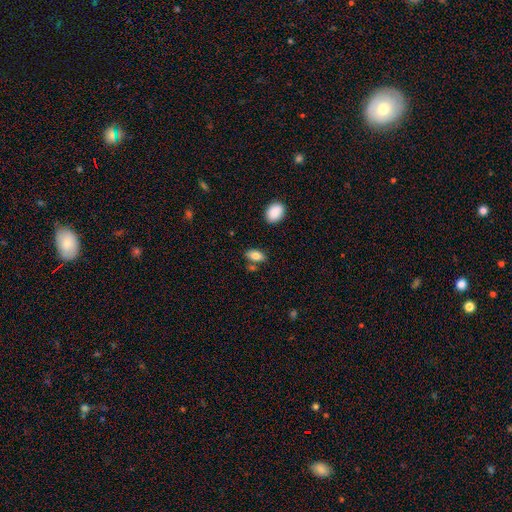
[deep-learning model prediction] Q: Smooth or featured?
A: smooth (83%); runner-up: featured or disk (9%)
Q: How rounded?
A: in between (90%); runner-up: round (6%)
Q: Merging?
A: none (76%); runner-up: minor disturbance (12%)